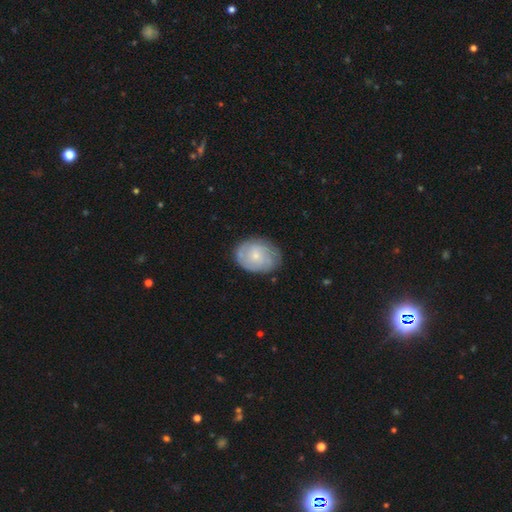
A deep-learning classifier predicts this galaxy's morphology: A featured or disk galaxy (48%). Merging: none (72%).